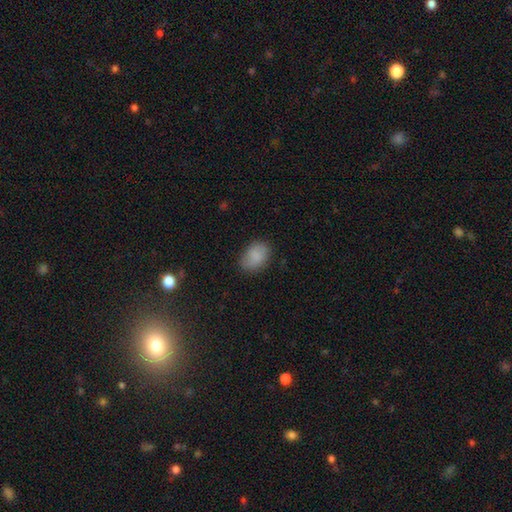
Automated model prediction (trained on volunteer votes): A smooth galaxy with no disk features (85%) that is in between round and cigar-shaped (79%).

Vote fractions:
- Smooth or featured? smooth: 85% / star or artifact: 8% / featured or disk: 7%
- How rounded? in between: 79% / round: 20% / cigar-shaped: 1%
- Merging? none: 77% / minor disturbance: 18% / major disturbance: 4% / merger: 1%